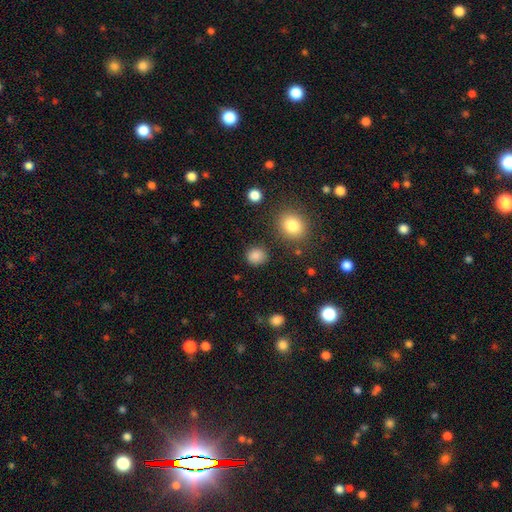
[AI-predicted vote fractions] Smooth or featured? Predicted: smooth (p=0.85). How rounded? Predicted: round (p=0.80). Merging? Predicted: none (p=0.86).